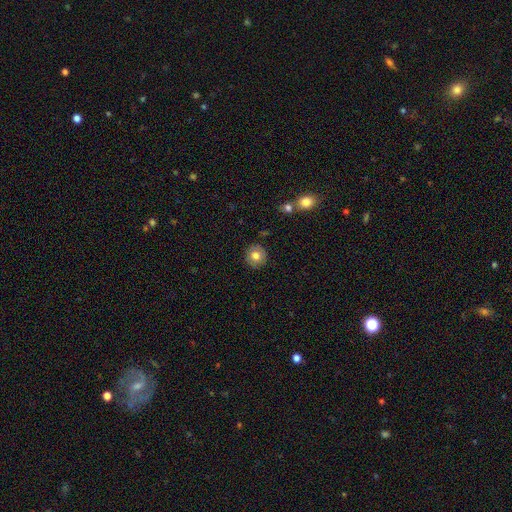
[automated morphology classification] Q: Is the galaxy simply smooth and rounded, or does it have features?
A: smooth — 73%.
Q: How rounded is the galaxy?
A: round — 91%.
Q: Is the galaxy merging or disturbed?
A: none — 88%.